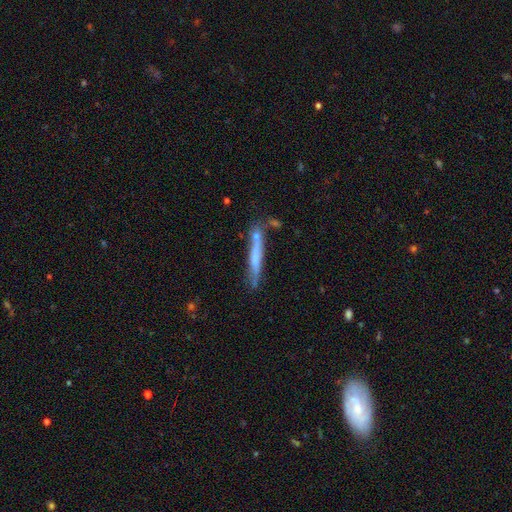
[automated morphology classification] Smooth or featured?
  - smooth: 52% *
  - featured or disk: 41%
  - star or artifact: 7%
How rounded?
  - cigar-shaped: 95% *
  - in between: 4%
  - round: 1%
Merging?
  - none: 69% *
  - minor disturbance: 18%
  - merger: 9%
  - major disturbance: 5%